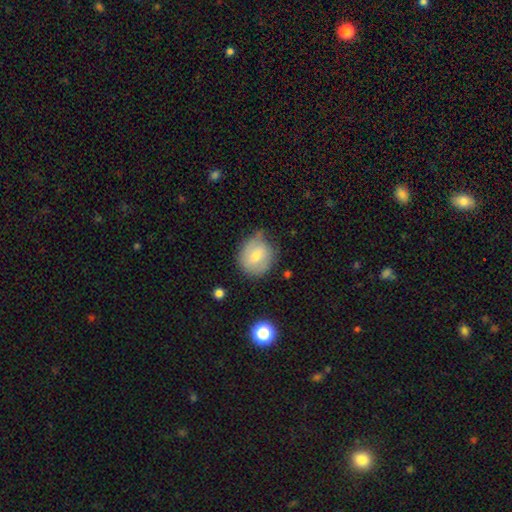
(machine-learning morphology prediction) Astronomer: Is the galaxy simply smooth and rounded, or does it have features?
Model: smooth — 65%.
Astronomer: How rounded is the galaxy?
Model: round — 79%.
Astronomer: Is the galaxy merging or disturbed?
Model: none — 59%.